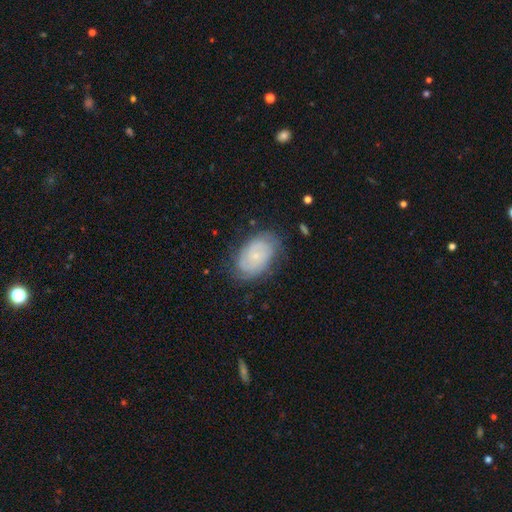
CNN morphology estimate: Q: Smooth or featured?
A: featured or disk (67%); runner-up: smooth (26%)
Q: Edge-on disk?
A: no (97%); runner-up: yes (3%)
Q: Bar?
A: no (76%); runner-up: weak (21%)
Q: Spiral arms?
A: yes (88%); runner-up: no (12%)
Q: Spiral winding?
A: tight (69%); runner-up: medium (24%)
Q: Spiral arm count?
A: can't tell (43%); runner-up: 2 (33%)
Q: Bulge size?
A: small (81%); runner-up: moderate (14%)
Q: Merging?
A: none (74%); runner-up: minor disturbance (19%)